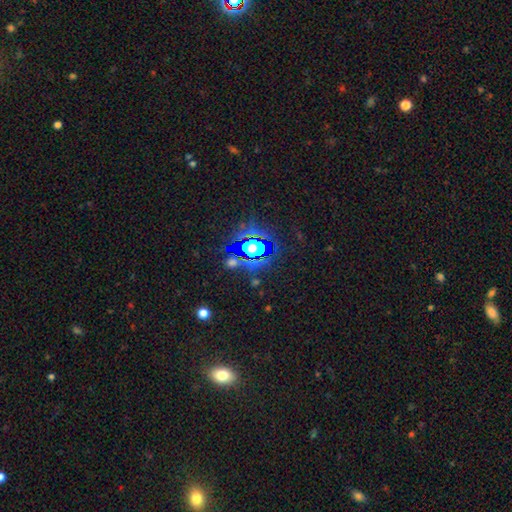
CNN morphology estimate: Q: Smooth or featured?
A: star or artifact (79%); runner-up: smooth (12%)